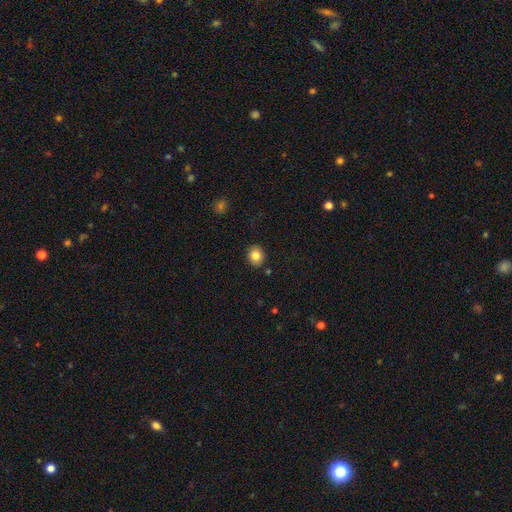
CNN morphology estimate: smooth-or-featured: smooth: 82% | star or artifact: 10% | featured or disk: 8%
  how-rounded: round: 77% | in between: 22% | cigar-shaped: 1%
  merging: none: 89% | minor disturbance: 7% | merger: 2% | major disturbance: 2%